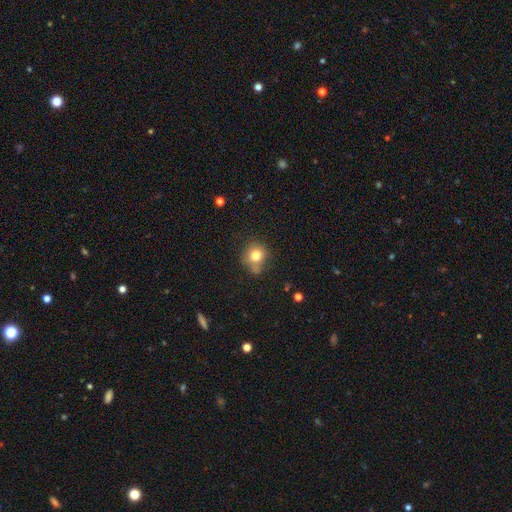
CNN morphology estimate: The model was most divided on "merging": none: 63%, minor disturbance: 22%, merger: 8%, major disturbance: 7%. More confident: how rounded — round (82%); smooth or featured — smooth (79%).